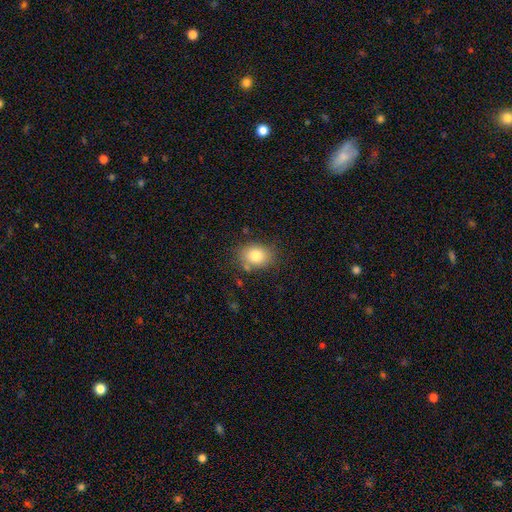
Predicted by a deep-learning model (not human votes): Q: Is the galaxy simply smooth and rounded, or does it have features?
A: smooth — 81%.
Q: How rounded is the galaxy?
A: in between — 58%.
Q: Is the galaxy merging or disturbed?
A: none — 77%.